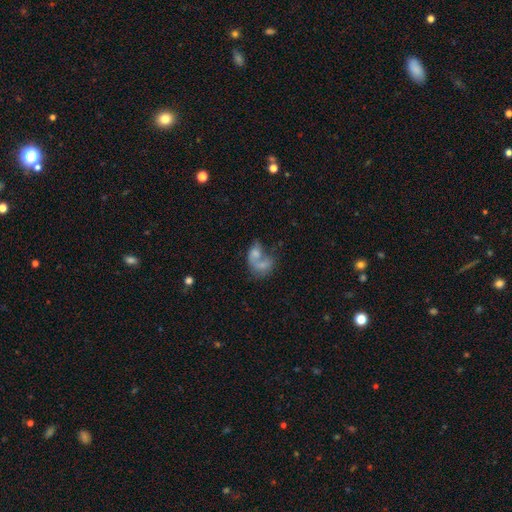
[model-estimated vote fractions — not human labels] smooth_or_featured: smooth (p=0.56) [alt: featured or disk p=0.34]
how_rounded: in between (p=0.73) [alt: round p=0.25]
merging: merger (p=0.69) [alt: none p=0.13]